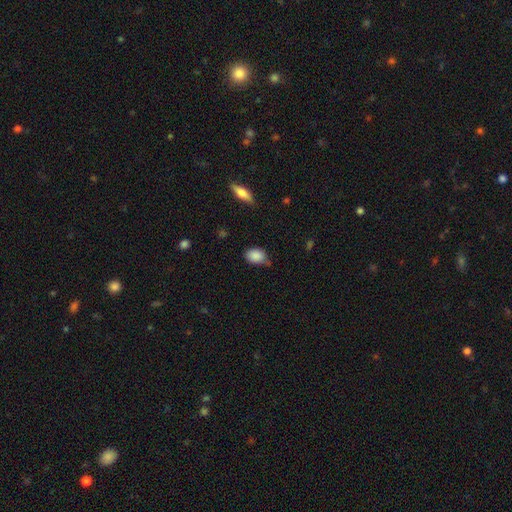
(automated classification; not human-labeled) This is clearly a smooth galaxy (87%). How rounded: likely in between (78%). Merging: possibly none (56%).